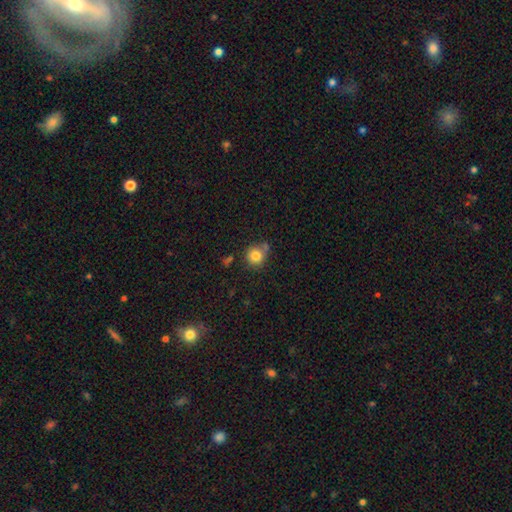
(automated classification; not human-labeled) Smooth or featured? Predicted: smooth (p=0.83). How rounded? Predicted: round (p=0.90). Merging? Predicted: none (p=0.66).